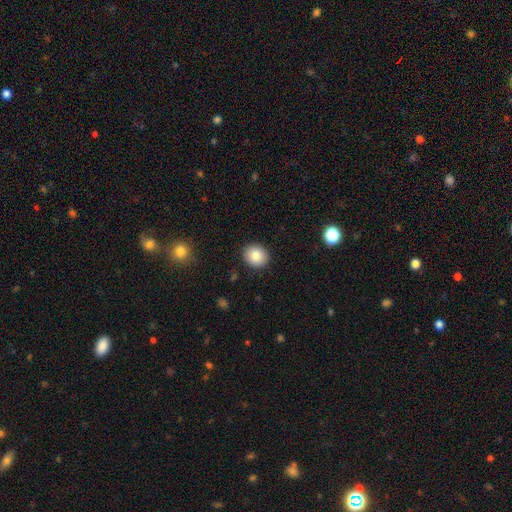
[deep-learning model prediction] This appears to be a smooth galaxy with no disk features (83%) that is round (78%). Merging: none (90%).